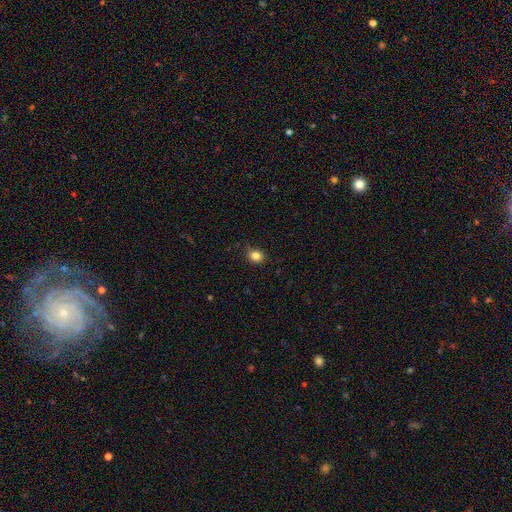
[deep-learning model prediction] A smooth galaxy with no disk features (84%) that is round (66%).

Vote fractions:
- Smooth or featured? smooth: 84% / star or artifact: 11% / featured or disk: 5%
- How rounded? round: 66% / in between: 33% / cigar-shaped: 1%
- Merging? none: 81% / minor disturbance: 15% / major disturbance: 3% / merger: 1%